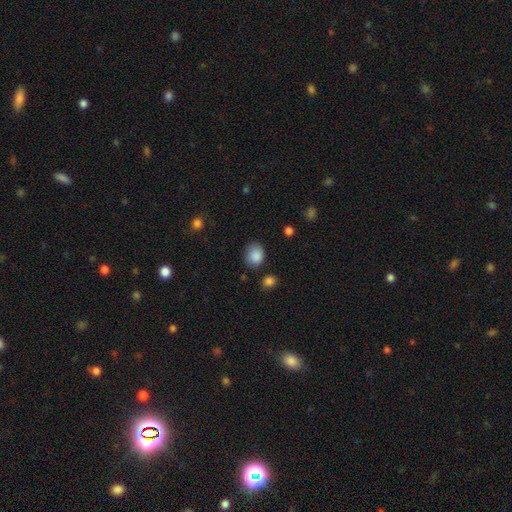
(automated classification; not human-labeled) This is clearly a smooth galaxy (87%). How rounded: possibly in between (52%). Merging: likely none (70%).